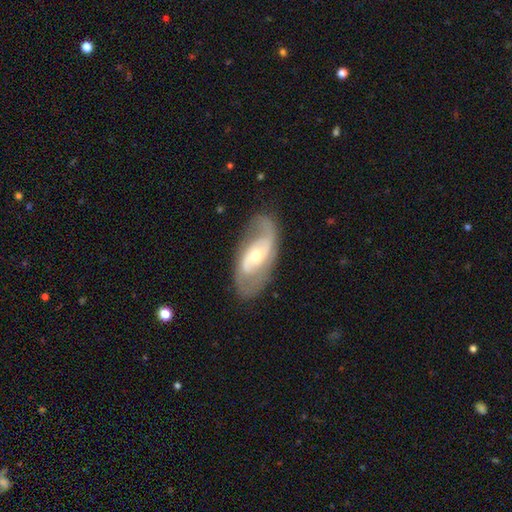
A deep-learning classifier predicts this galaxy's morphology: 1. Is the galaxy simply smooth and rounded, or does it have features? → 83% featured or disk, 12% smooth, 5% star or artifact.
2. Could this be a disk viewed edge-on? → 94% no, 6% yes.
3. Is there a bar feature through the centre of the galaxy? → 43% no, 40% weak, 18% strong.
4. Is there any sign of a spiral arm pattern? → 91% yes, 9% no.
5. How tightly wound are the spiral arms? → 45% medium, 34% loose, 20% tight.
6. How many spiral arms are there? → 83% 2, 8% can't tell, 4% 1, 2% 3, 1% 4, 1% more than 4.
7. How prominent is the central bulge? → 48% moderate, 47% small, 4% large, 1% none, 1% dominant.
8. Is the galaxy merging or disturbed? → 75% none, 16% minor disturbance, 8% major disturbance, 1% merger.